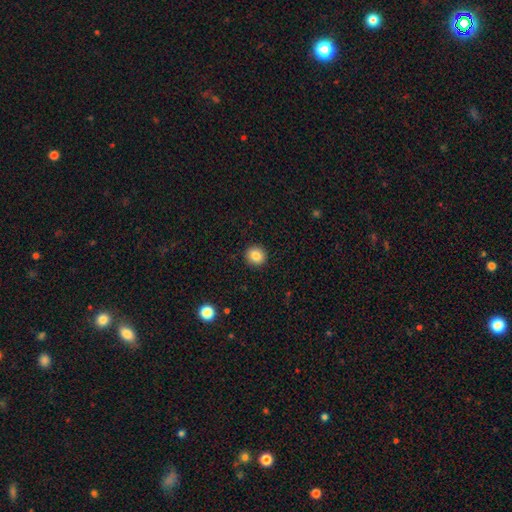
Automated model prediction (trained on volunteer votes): smooth_or_featured: smooth (p=0.85) [alt: star or artifact p=0.10]
how_rounded: round (p=0.90) [alt: in between p=0.09]
merging: none (p=0.92) [alt: minor disturbance p=0.05]